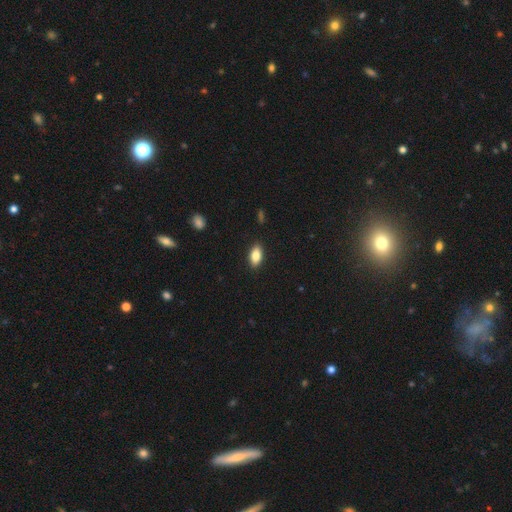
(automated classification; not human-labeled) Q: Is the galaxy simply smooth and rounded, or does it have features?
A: smooth — 83%.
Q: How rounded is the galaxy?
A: in between — 89%.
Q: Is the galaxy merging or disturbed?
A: none — 89%.